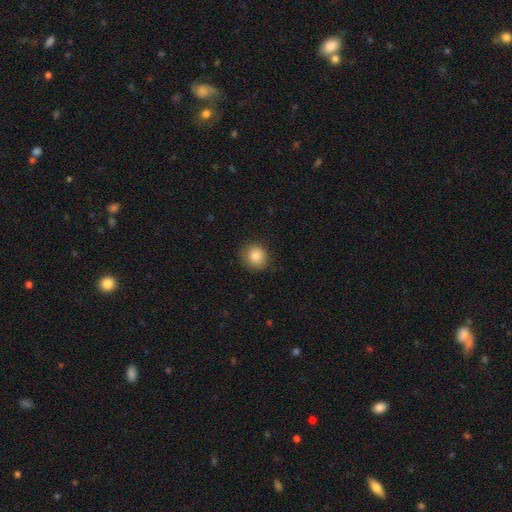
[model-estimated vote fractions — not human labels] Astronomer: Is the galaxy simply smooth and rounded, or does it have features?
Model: smooth — 84%.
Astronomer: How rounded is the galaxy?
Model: round — 86%.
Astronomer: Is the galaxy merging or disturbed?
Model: none — 85%.